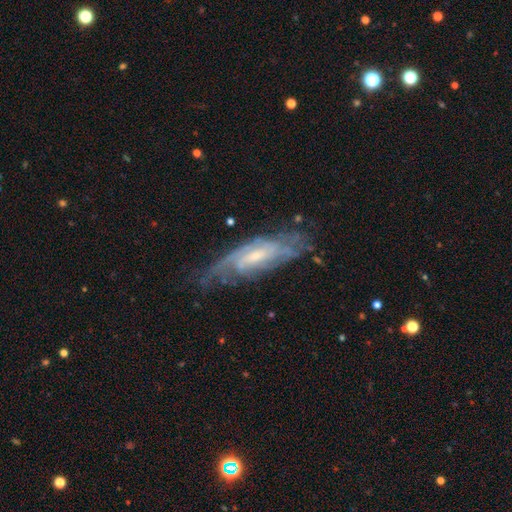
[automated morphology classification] The model was most divided on "bar": weak: 47%, no: 41%, strong: 12%. Remaining: spiral arms — yes (91%); edge-on disk — no (80%); smooth or featured — featured or disk (79%); merging — none (63%); bulge size — small (52%); spiral winding — tight (47%); spiral arm count — can't tell (47%).